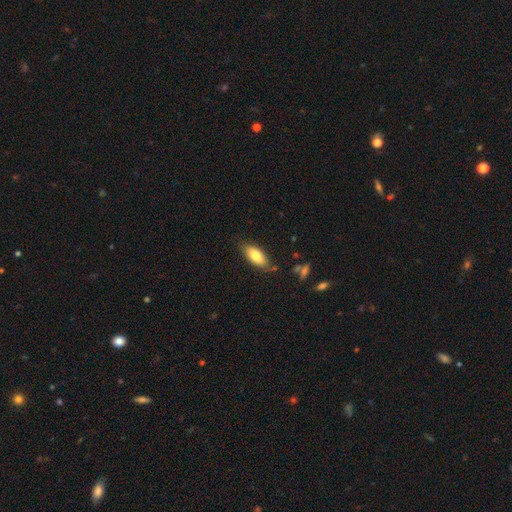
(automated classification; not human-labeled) The model was most divided on "smooth or featured": smooth: 75%, featured or disk: 18%, star or artifact: 7%. More confident: how rounded — in between (84%); merging — none (76%).